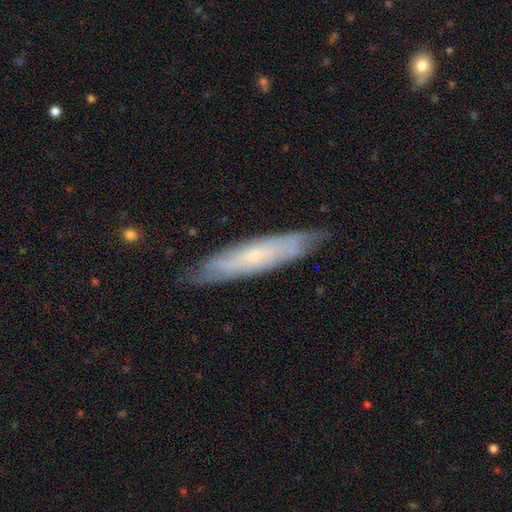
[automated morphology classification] This is likely a featured or disk galaxy (64%). It is possibly not viewed edge-on (52%). Merging: likely none (79%).